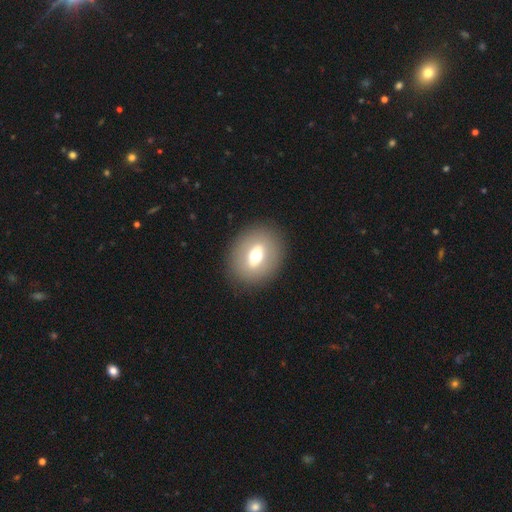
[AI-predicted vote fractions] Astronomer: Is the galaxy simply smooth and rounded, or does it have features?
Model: smooth — 55% (runner-up: featured or disk, 36%).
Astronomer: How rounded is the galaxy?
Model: in between — 53% (runner-up: round, 45%).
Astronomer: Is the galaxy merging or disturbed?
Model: none — 87%.